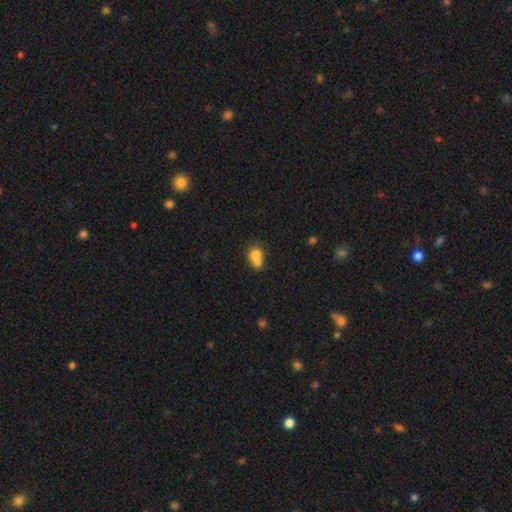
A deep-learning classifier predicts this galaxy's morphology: smooth 73%, featured or disk 17%, star or artifact 10%. Down the decision tree: how rounded — round (59%); merging — merger (58%).